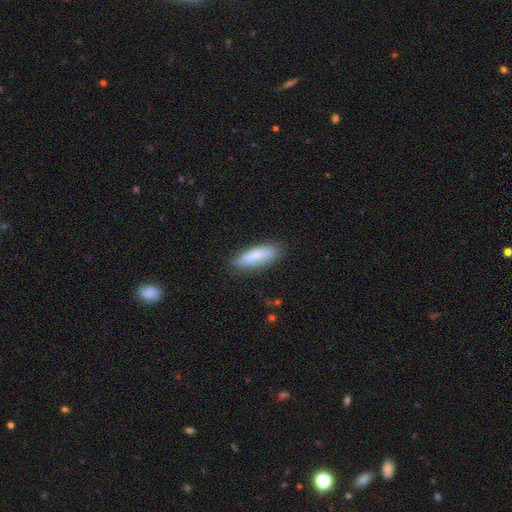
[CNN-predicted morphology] Smooth or featured: smooth — 81% (featured or disk — 13%)
How rounded: cigar-shaped — 52% (in between — 46%)
Merging: none — 77% (minor disturbance — 18%)